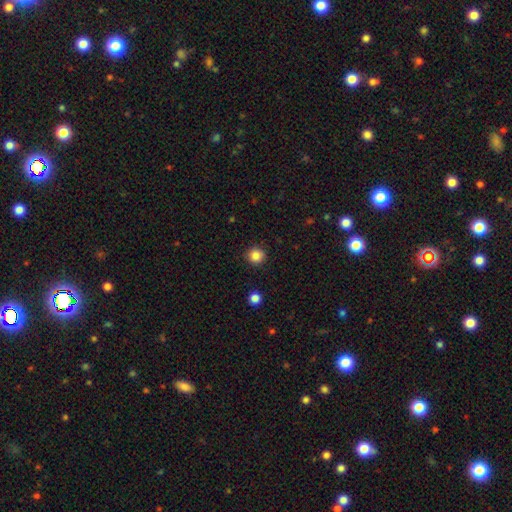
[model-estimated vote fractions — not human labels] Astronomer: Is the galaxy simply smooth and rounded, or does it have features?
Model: smooth — 85%.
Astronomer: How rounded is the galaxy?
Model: round — 92%.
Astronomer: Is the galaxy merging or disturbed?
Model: none — 91%.